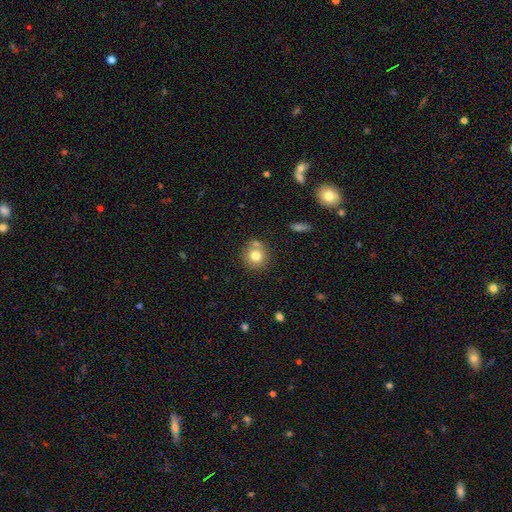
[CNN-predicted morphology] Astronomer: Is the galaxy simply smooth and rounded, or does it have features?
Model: smooth — 77%.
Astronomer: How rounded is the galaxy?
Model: round — 90%.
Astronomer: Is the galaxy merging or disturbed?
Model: none — 69%.